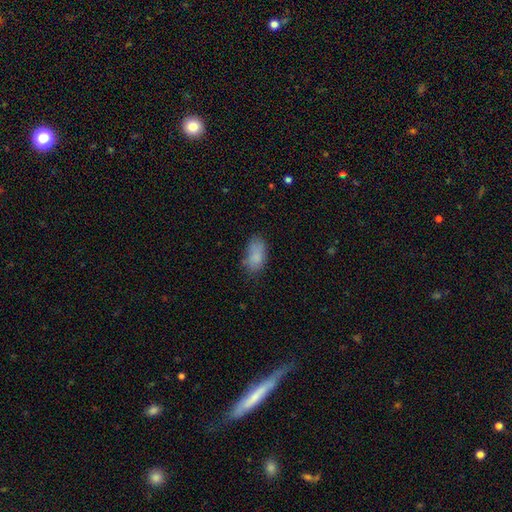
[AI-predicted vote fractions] Smooth or featured? Predicted: smooth (p=0.80). How rounded? Predicted: in between (p=0.92). Merging? Predicted: none (p=0.60).